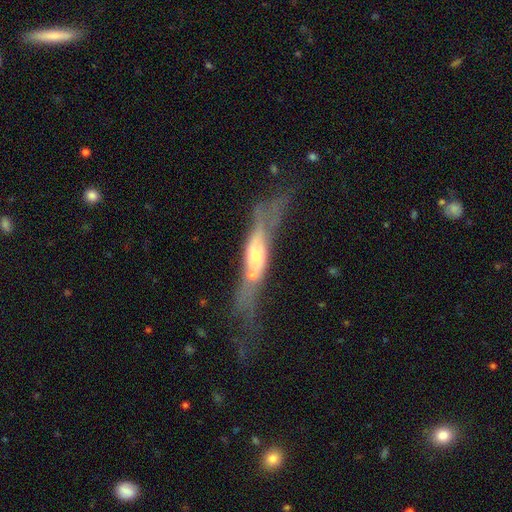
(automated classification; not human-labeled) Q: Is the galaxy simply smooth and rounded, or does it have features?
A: featured or disk — 65%.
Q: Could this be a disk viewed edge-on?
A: yes — 64%.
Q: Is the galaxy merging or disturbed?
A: none — 34%.